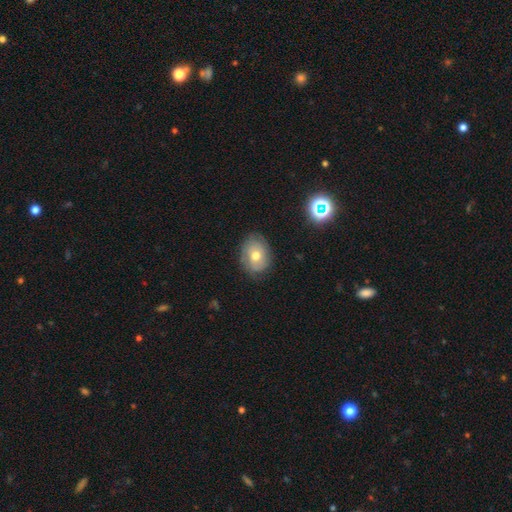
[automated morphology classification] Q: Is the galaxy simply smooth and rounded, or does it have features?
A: smooth — 50%.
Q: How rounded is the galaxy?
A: in between — 57%.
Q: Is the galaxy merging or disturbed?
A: none — 74%.